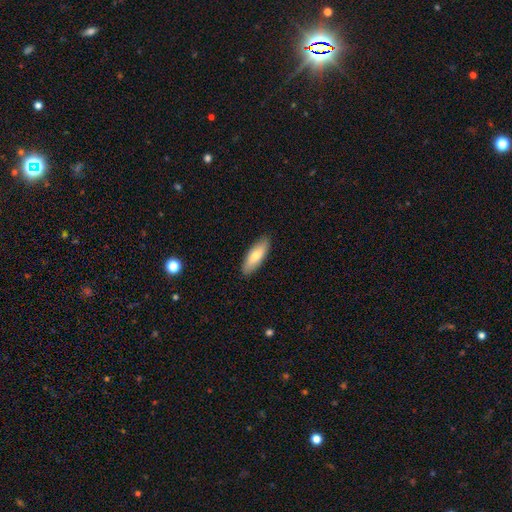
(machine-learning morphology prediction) Q: Smooth or featured?
A: smooth (76%); runner-up: featured or disk (18%)
Q: How rounded?
A: in between (63%); runner-up: cigar-shaped (35%)
Q: Merging?
A: none (88%); runner-up: minor disturbance (9%)